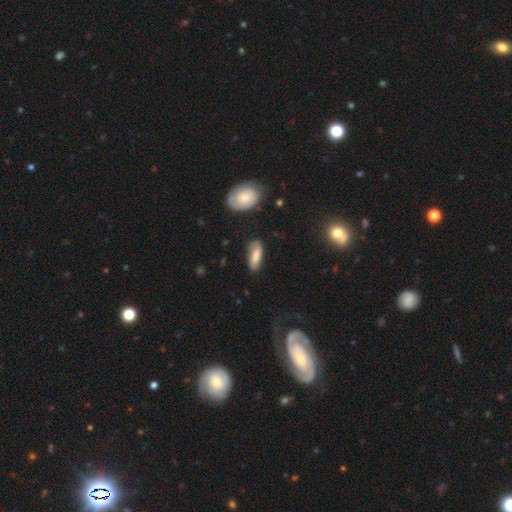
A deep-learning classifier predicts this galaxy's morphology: Smooth or featured? Predicted: smooth (p=0.80). How rounded? Predicted: in between (p=0.73). Merging? Predicted: none (p=0.68).